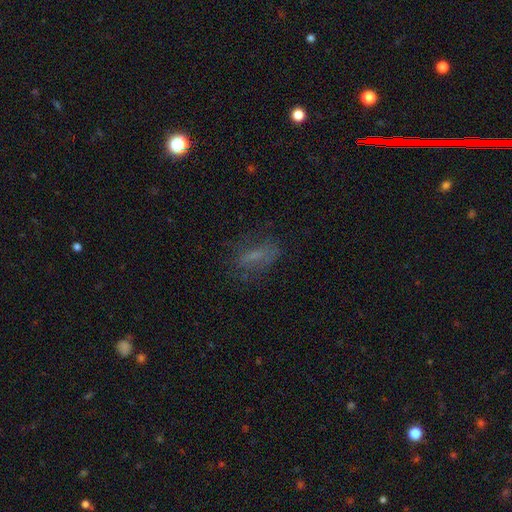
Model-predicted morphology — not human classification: type=smooth (52%); roundness=in between (62%); merging=none (65%).